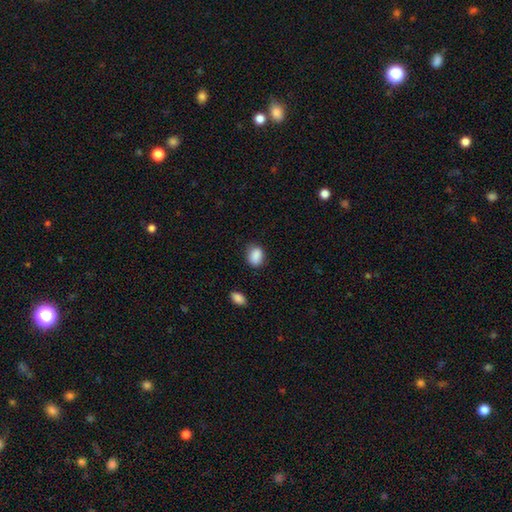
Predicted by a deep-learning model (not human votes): Q: Smooth or featured?
A: smooth (88%); runner-up: star or artifact (8%)
Q: How rounded?
A: in between (66%); runner-up: round (33%)
Q: Merging?
A: none (77%); runner-up: minor disturbance (17%)